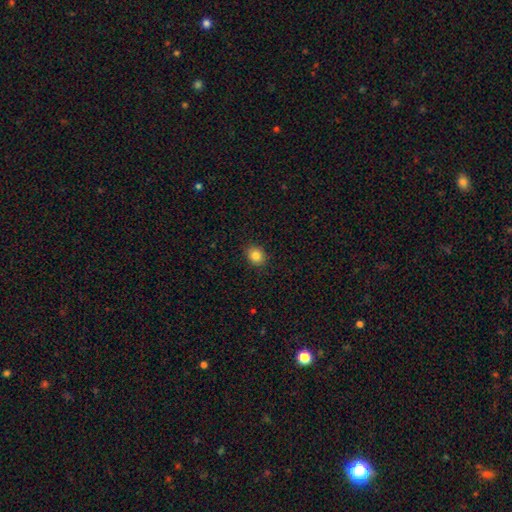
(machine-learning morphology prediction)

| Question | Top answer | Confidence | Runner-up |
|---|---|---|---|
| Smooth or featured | smooth | 84% | star or artifact (10%) |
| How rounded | round | 67% | in between (33%) |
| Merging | none | 90% | minor disturbance (7%) |